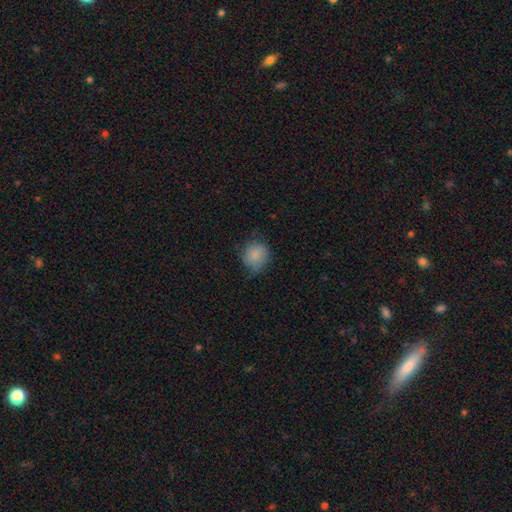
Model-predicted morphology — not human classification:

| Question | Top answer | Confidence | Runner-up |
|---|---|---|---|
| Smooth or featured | smooth | 84% | star or artifact (9%) |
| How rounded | round | 82% | in between (17%) |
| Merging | none | 66% | minor disturbance (26%) |